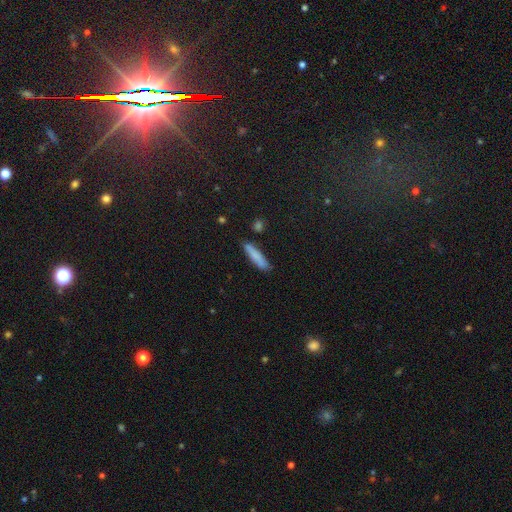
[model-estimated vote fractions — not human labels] Q: Smooth or featured?
A: smooth (81%); runner-up: featured or disk (12%)
Q: How rounded?
A: cigar-shaped (79%); runner-up: in between (19%)
Q: Merging?
A: none (80%); runner-up: minor disturbance (15%)